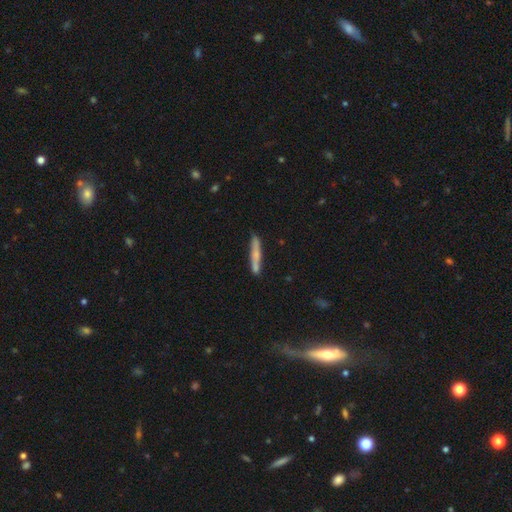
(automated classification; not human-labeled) A smooth galaxy with no disk features (58%) that is cigar-shaped (95%). Merging: none (79%).